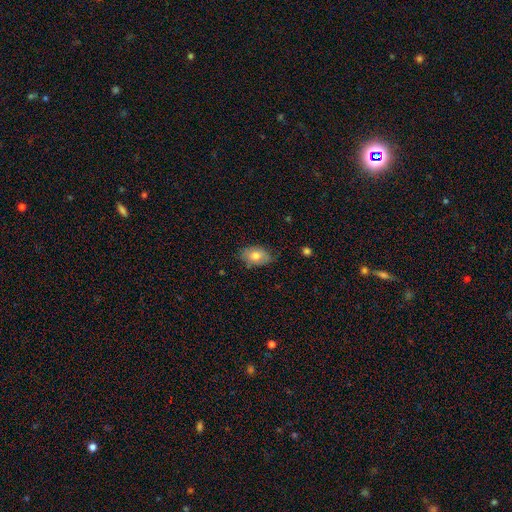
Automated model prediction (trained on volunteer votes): Smooth or featured? smooth (74%)
How rounded? in between (86%)
Merging? none (74%)